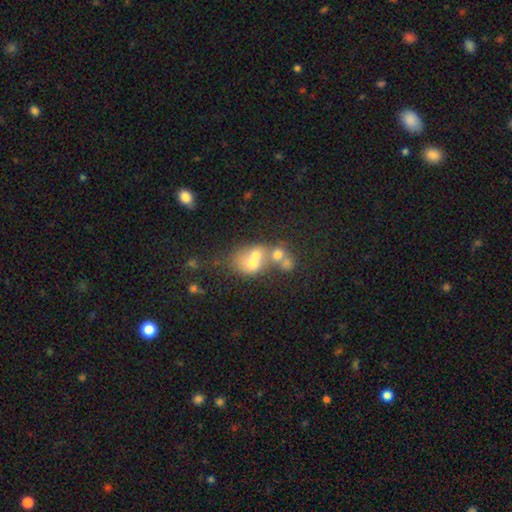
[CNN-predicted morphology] Smooth or featured?
  - smooth: 56% *
  - featured or disk: 29%
  - star or artifact: 15%
How rounded?
  - round: 59% *
  - in between: 39%
  - cigar-shaped: 1%
Merging?
  - merger: 65% *
  - none: 22%
  - minor disturbance: 7%
  - major disturbance: 6%